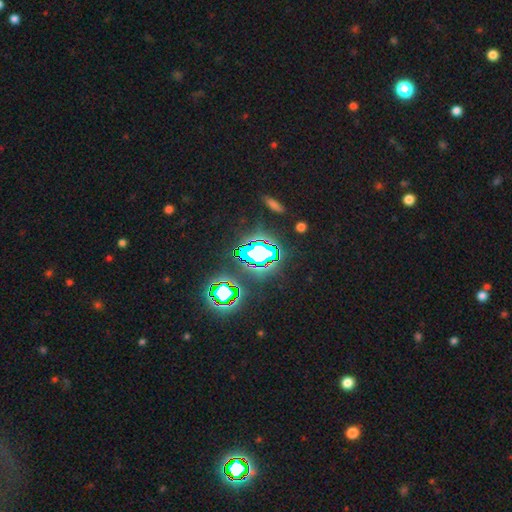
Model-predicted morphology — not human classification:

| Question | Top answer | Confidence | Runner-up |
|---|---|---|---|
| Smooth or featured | star or artifact | 74% | smooth (15%) |